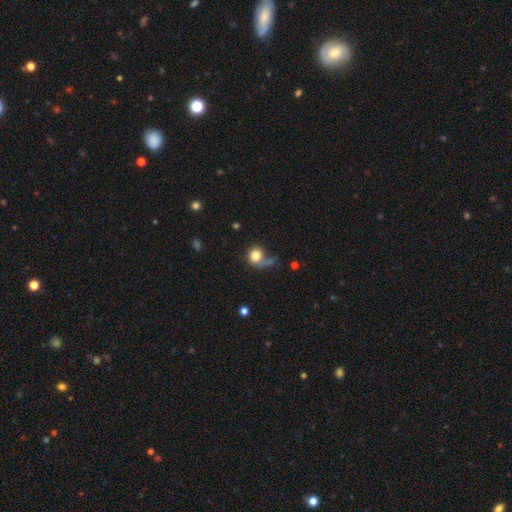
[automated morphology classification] Q: Smooth or featured?
A: smooth (78%); runner-up: featured or disk (12%)
Q: How rounded?
A: round (82%); runner-up: in between (17%)
Q: Merging?
A: none (47%); runner-up: major disturbance (21%)